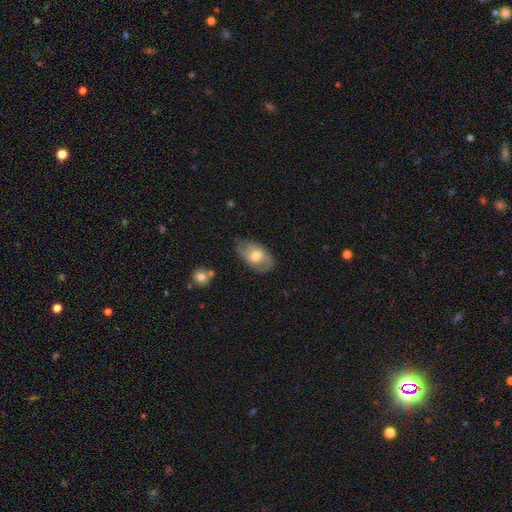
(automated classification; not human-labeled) Morphology: type=smooth (52%); roundness=in between (90%); merging=none (69%).